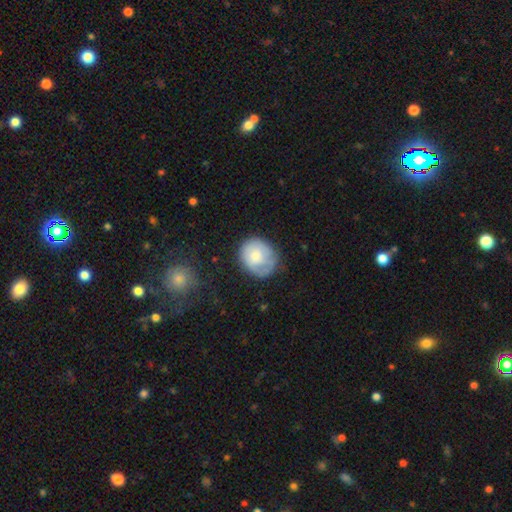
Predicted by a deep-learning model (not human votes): The model was most divided on "smooth or featured": smooth: 58%, featured or disk: 35%, star or artifact: 7%. More confident: how rounded — round (72%); merging — none (62%).